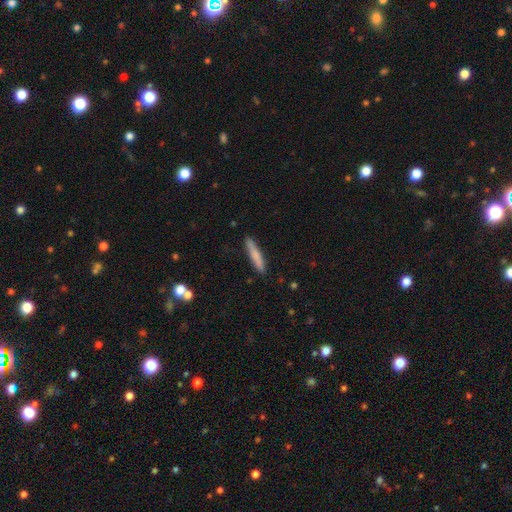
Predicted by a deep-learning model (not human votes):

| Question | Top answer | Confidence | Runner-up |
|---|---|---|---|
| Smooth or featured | smooth | 76% | featured or disk (18%) |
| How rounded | cigar-shaped | 92% | in between (6%) |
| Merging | none | 88% | minor disturbance (9%) |